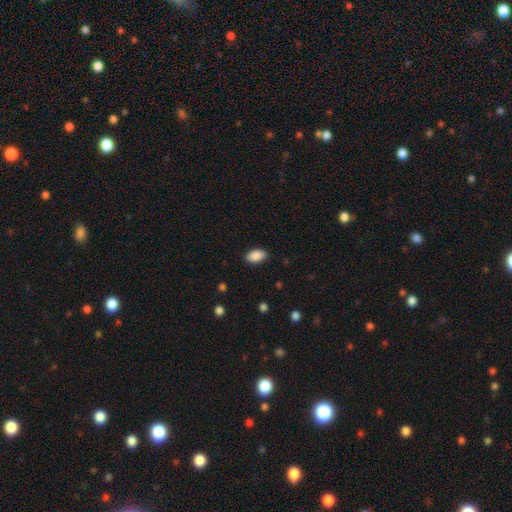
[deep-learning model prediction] Smooth or featured: smooth — 89% (star or artifact — 7%)
How rounded: in between — 93% (round — 6%)
Merging: none — 87% (minor disturbance — 10%)